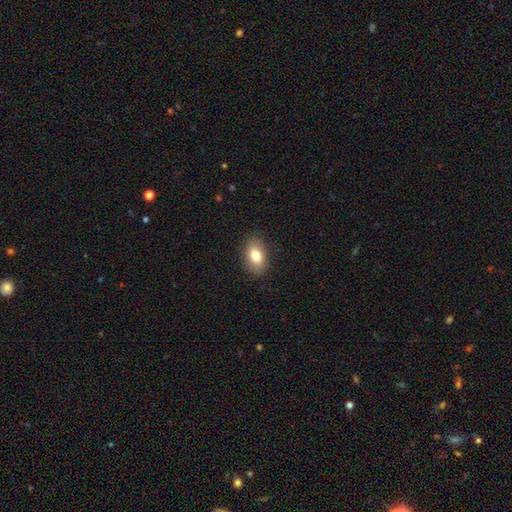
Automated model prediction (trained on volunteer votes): smooth_or_featured: smooth (p=0.79) [alt: featured or disk p=0.13]
how_rounded: in between (p=0.87) [alt: round p=0.11]
merging: none (p=0.87) [alt: minor disturbance p=0.10]